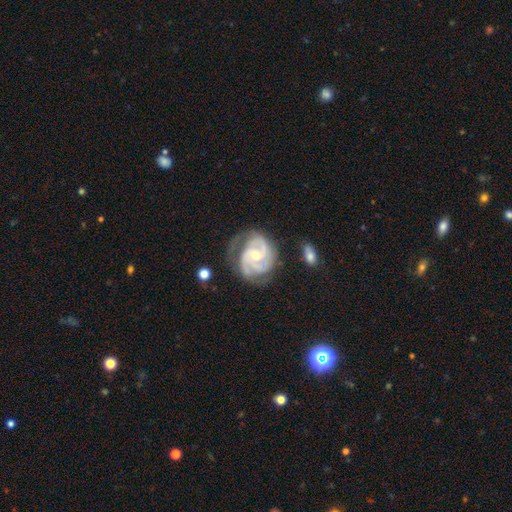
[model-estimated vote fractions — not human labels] smooth_or_featured: featured or disk (p=0.91) [alt: smooth p=0.05]
disk_edge_on: no (p=0.98) [alt: yes p=0.02]
bar: no (p=0.56) [alt: weak p=0.36]
has_spiral_arms: yes (p=0.98) [alt: no p=0.02]
spiral_winding: tight (p=0.60) [alt: medium p=0.35]
spiral_arm_count: 3 (p=0.45) [alt: 2 p=0.32]
bulge_size: small (p=0.50) [alt: moderate p=0.46]
merging: none (p=0.63) [alt: minor disturbance p=0.24]